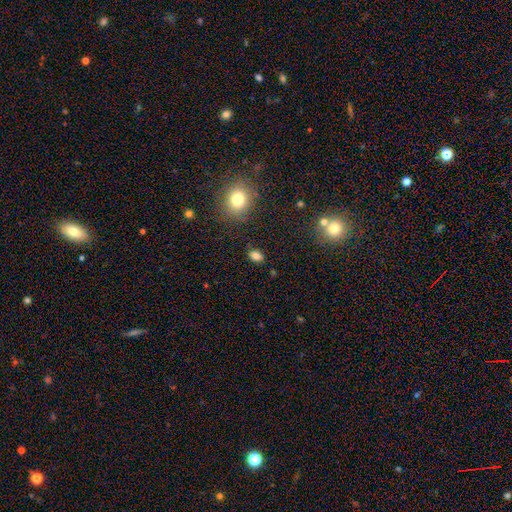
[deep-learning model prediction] This is clearly a smooth galaxy (81%). How rounded: likely in between (75%). Merging: clearly none (84%).